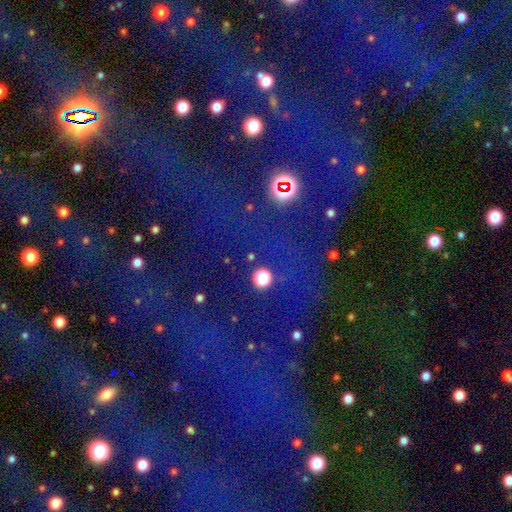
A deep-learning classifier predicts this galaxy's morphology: This appears to be a star or artifact, not a galaxy (81%).